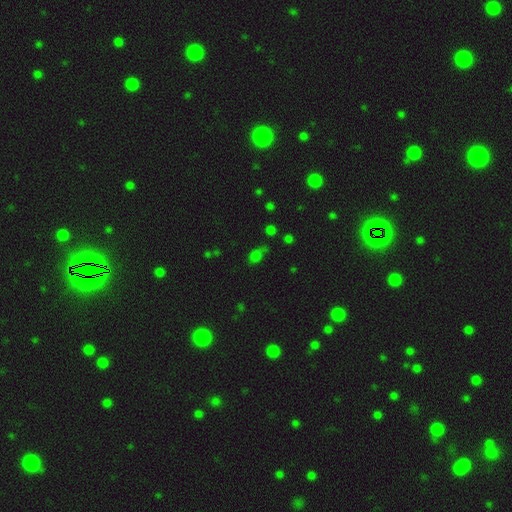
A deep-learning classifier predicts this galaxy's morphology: type=smooth (60%); roundness=in between (61%); merging=none (52%).